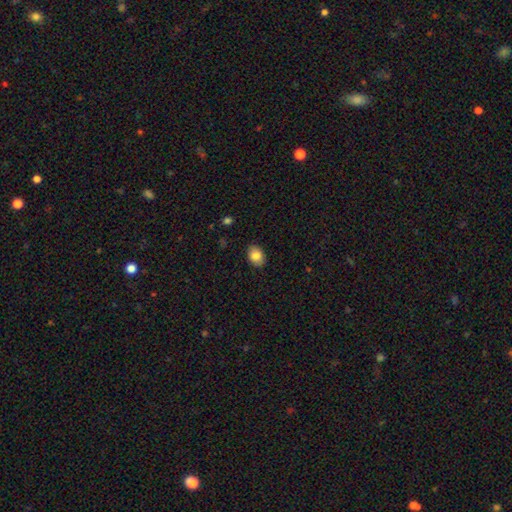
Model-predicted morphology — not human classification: smooth_or_featured: smooth (p=0.85) [alt: star or artifact p=0.08]
how_rounded: in between (p=0.75) [alt: round p=0.24]
merging: none (p=0.87) [alt: minor disturbance p=0.10]